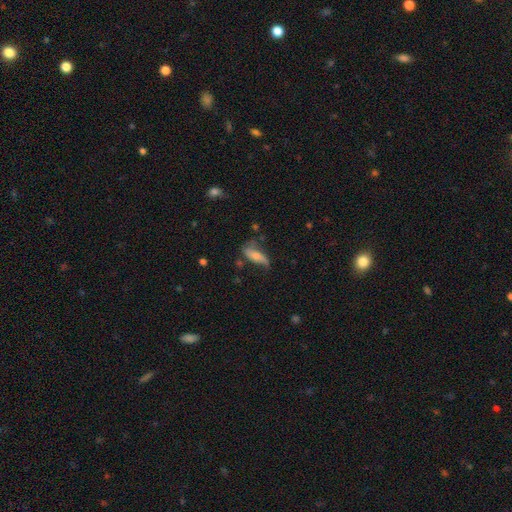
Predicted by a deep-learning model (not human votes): Overall: featured or disk (47%; smooth 45%). Merging: none (49%; minor disturbance 30%).